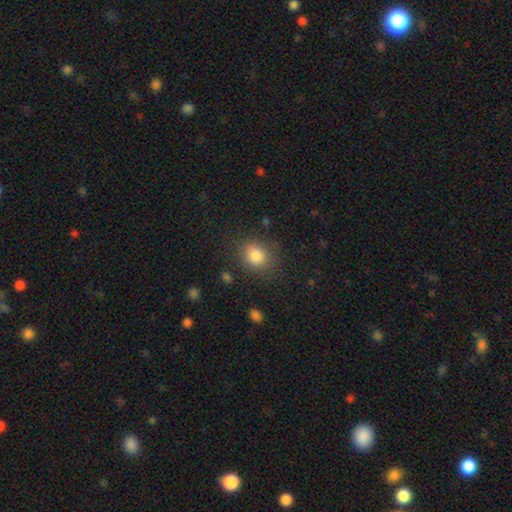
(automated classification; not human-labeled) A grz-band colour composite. It shows a smooth galaxy with no disk features (83%) that is round (57%). Merging: none (78%).